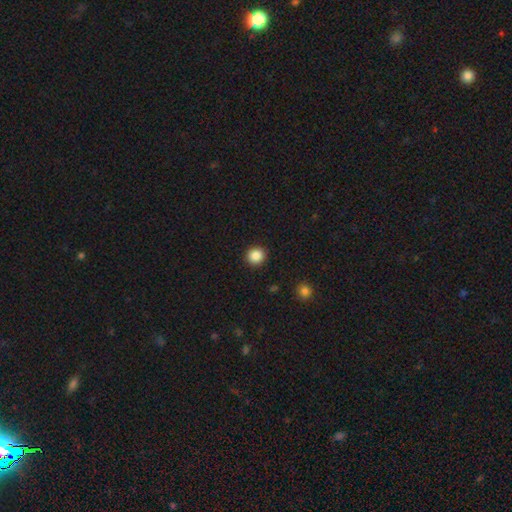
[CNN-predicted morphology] The model was most divided on "smooth or featured": smooth: 87%, star or artifact: 10%, featured or disk: 3%. More confident: merging — none (92%); how rounded — round (91%).